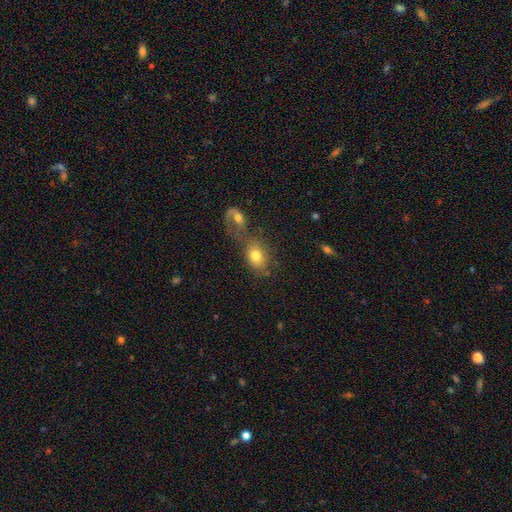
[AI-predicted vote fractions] This is likely a smooth galaxy (72%). How rounded: likely in between (69%). Merging: possibly merger (50%).